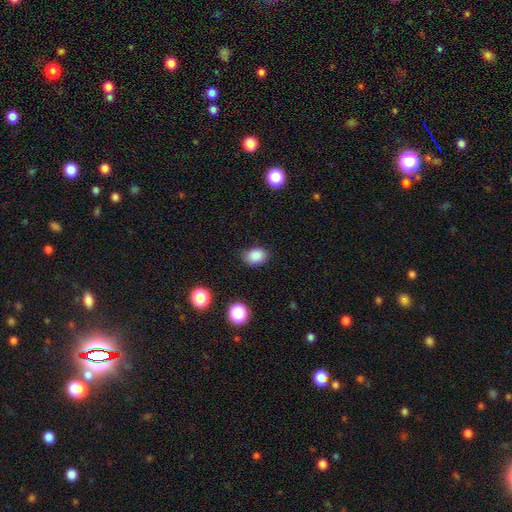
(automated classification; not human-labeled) This is clearly a smooth galaxy (86%). How rounded: likely in between (65%). Merging: clearly none (82%).